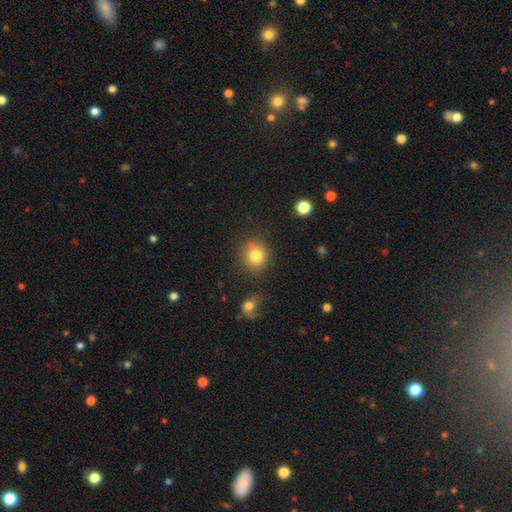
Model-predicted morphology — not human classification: Smooth or featured: smooth — 81% (star or artifact — 11%)
How rounded: round — 87% (in between — 12%)
Merging: none — 74% (merger — 11%)